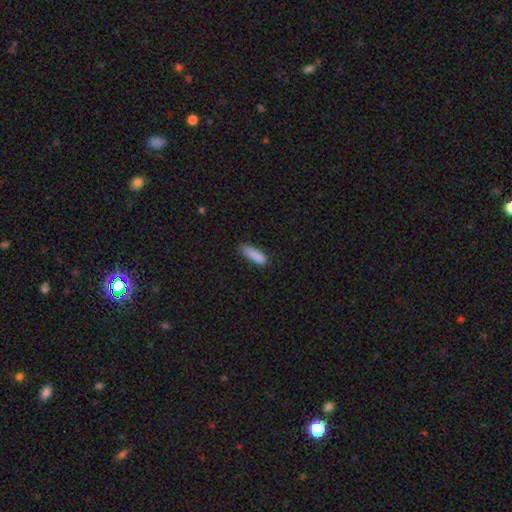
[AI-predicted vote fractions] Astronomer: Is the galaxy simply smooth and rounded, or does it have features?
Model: smooth — 87%.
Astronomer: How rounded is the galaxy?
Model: cigar-shaped — 51% (runner-up: in between, 47%).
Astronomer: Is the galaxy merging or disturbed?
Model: none — 62%.